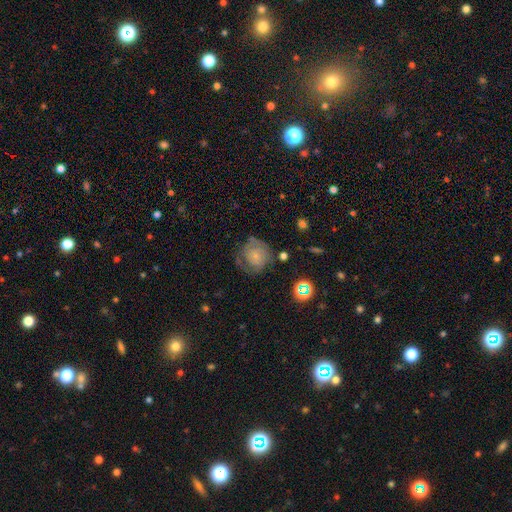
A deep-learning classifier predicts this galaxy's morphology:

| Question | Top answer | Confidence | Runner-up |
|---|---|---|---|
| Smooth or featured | featured or disk | 55% | smooth (35%) |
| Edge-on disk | no | 98% | yes (2%) |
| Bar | no | 75% | weak (22%) |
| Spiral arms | yes | 79% | no (21%) |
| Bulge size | small | 67% | moderate (18%) |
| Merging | none | 54% | minor disturbance (25%) |